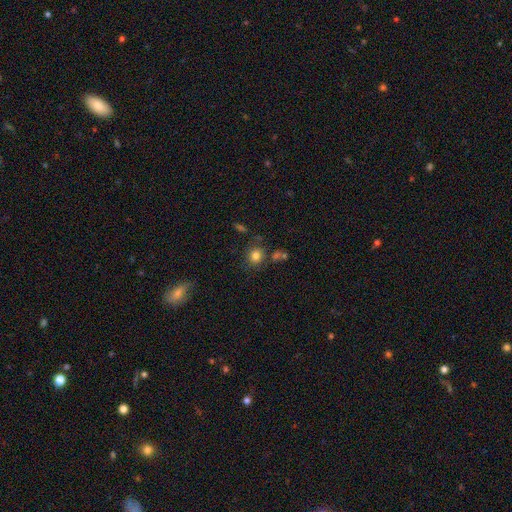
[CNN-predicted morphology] Smooth or featured? Predicted: smooth (p=0.79). How rounded? Predicted: round (p=0.83). Merging? Predicted: none (p=0.76).